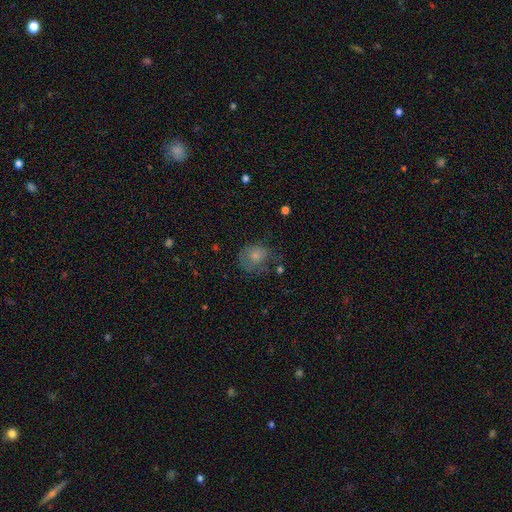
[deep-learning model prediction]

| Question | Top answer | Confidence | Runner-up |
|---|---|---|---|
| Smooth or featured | smooth | 68% | featured or disk (21%) |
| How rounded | round | 66% | in between (33%) |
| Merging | none | 47% | minor disturbance (28%) |